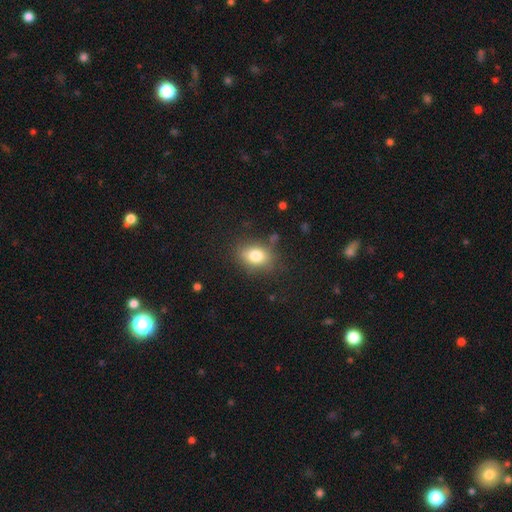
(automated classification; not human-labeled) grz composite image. It shows a smooth galaxy with no disk features (79%) that is in between round and cigar-shaped (70%). Merging: none (76%).